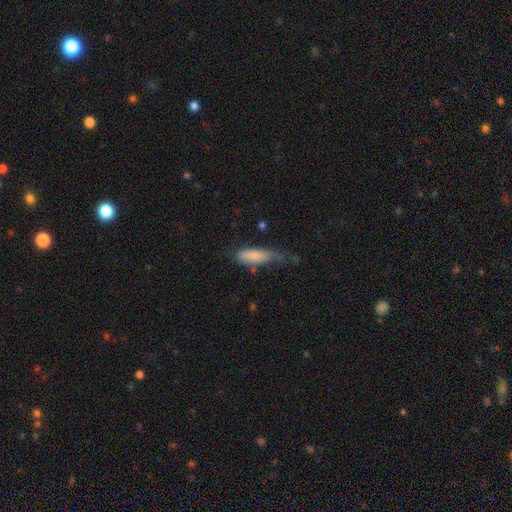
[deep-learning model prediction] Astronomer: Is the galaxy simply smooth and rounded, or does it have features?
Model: smooth — 74%.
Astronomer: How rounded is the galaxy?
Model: cigar-shaped — 52% (runner-up: in between, 46%).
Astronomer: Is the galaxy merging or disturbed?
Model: none — 37%, tied with minor disturbance at 37%.